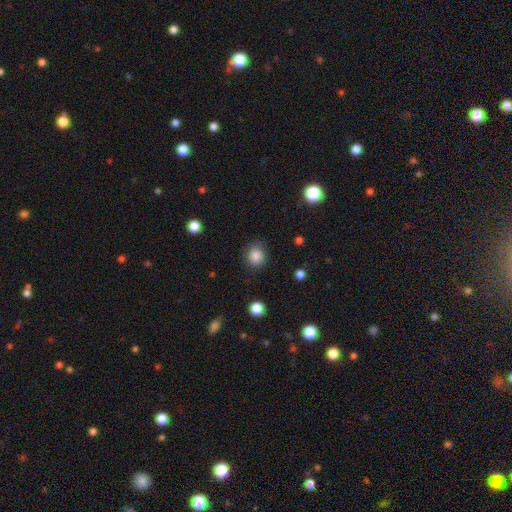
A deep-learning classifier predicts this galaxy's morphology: Overall: smooth (86%). How rounded: round (83%). Merging: none (83%).